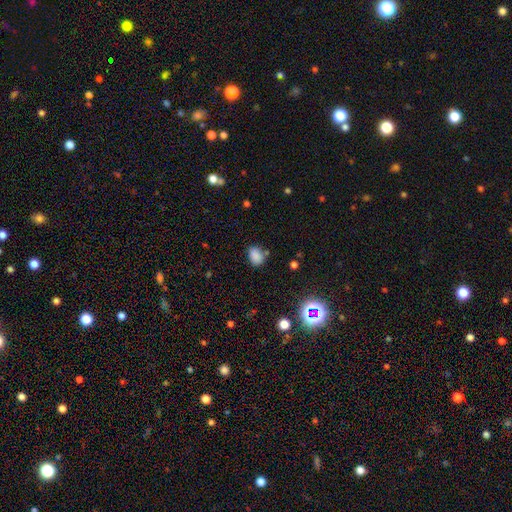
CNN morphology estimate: Smooth or featured? Predicted: smooth (p=0.81). How rounded? Predicted: in between (p=0.71). Merging? Predicted: none (p=0.72).